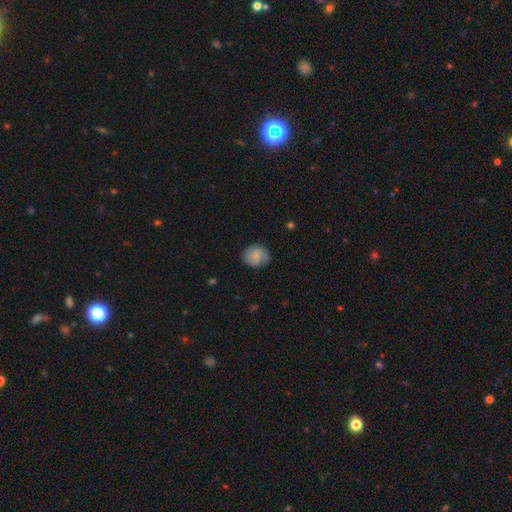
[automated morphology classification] This is likely a smooth galaxy (62%). How rounded: likely round (77%). Merging: likely none (75%).